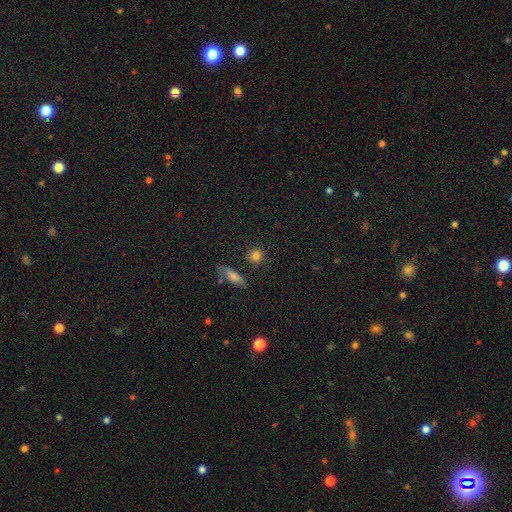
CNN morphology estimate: Smooth or featured?
  - smooth: 83% *
  - star or artifact: 11%
  - featured or disk: 6%
How rounded?
  - round: 85% *
  - in between: 12%
  - cigar-shaped: 3%
Merging?
  - none: 84% *
  - minor disturbance: 9%
  - merger: 5%
  - major disturbance: 3%